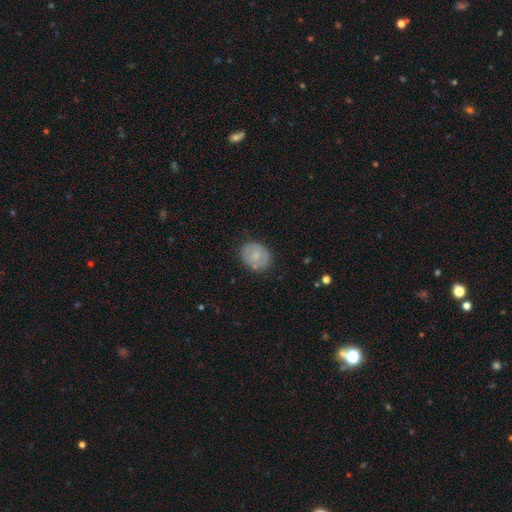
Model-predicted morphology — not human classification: Smooth or featured? Predicted: smooth (p=0.71). How rounded? Predicted: round (p=0.54). Merging? Predicted: none (p=0.79).